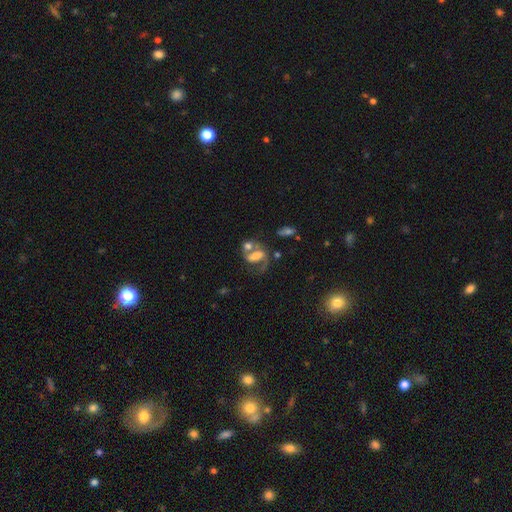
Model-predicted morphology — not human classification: Overall: featured or disk (65%). Edge-on disk: no (95%). Bar: strong (36%; weak 35%). Spiral arms: yes (82%). Spiral arm count: 2 (66%). Spiral winding: medium (46%; loose 38%). Bulge size: moderate (34%; small 25%). Merging: none (34%; merger 33%).